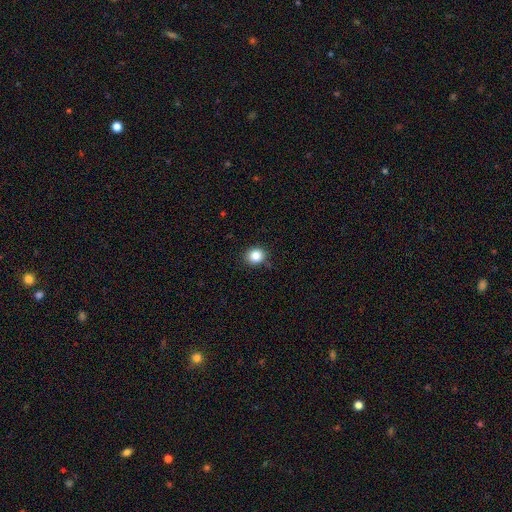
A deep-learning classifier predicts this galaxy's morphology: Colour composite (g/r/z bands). It shows a smooth galaxy with no disk features (85%) that is round (78%). Merging: none (88%).